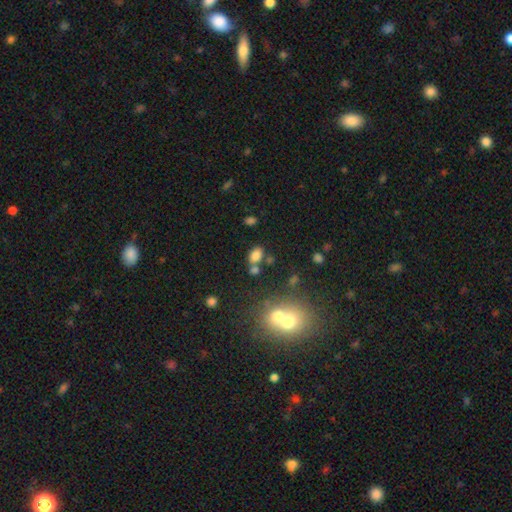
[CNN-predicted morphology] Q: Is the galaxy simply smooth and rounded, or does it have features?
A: smooth — 78%.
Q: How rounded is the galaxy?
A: in between — 82%.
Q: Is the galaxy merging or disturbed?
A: none — 60%.